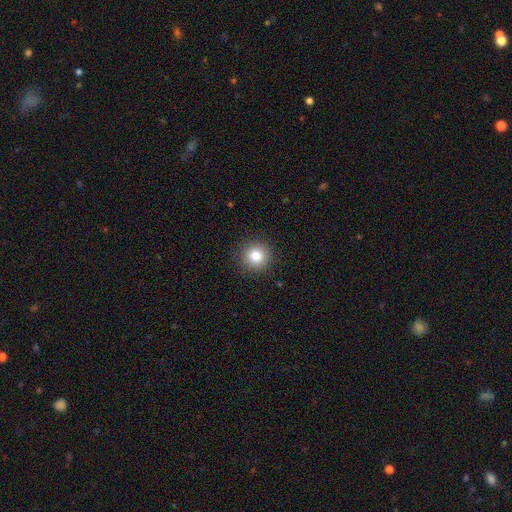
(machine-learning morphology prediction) Smooth or featured?
  - smooth: 81% *
  - star or artifact: 12%
  - featured or disk: 7%
How rounded?
  - round: 95% *
  - in between: 4%
  - cigar-shaped: 1%
Merging?
  - none: 92% *
  - minor disturbance: 5%
  - major disturbance: 2%
  - merger: 1%